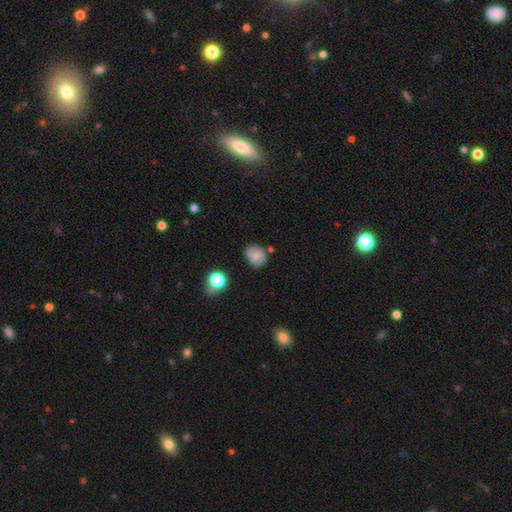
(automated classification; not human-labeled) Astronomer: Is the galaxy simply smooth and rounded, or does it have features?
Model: smooth — 78%.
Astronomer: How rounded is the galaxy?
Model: round — 67%.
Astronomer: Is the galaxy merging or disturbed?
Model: none — 70%.